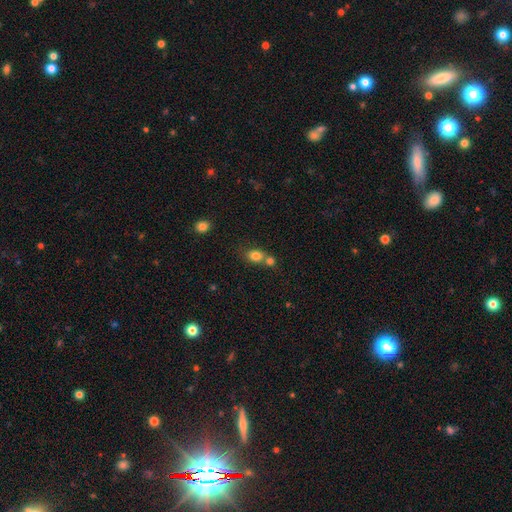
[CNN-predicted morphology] This appears to be a smooth galaxy with no disk features (81%) that is in between round and cigar-shaped (53%). Merging: none (44%).